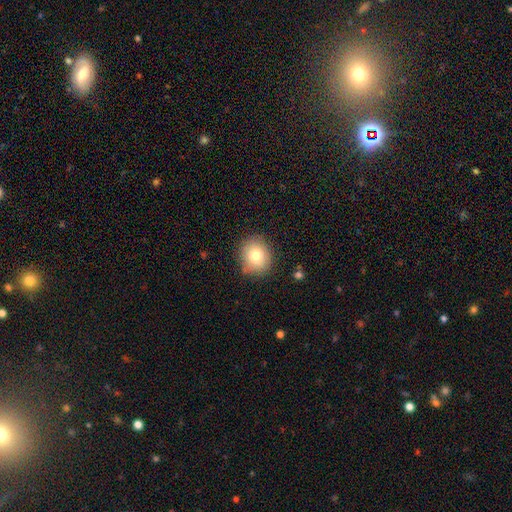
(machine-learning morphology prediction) Smooth or featured: smooth — 78% (featured or disk — 11%)
How rounded: round — 80% (in between — 19%)
Merging: none — 84% (minor disturbance — 12%)